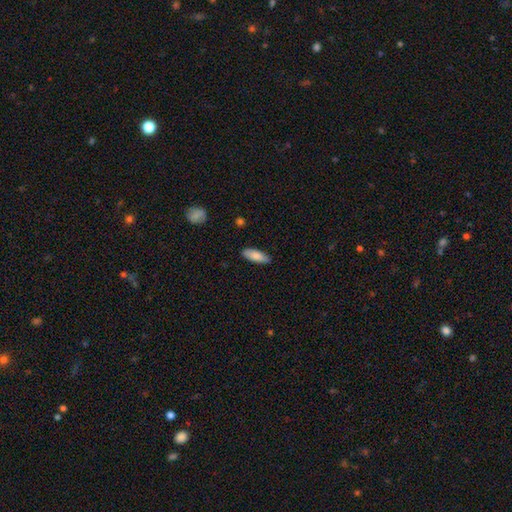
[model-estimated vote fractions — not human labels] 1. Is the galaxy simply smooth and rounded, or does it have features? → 84% smooth, 10% featured or disk, 6% star or artifact.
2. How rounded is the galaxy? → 71% in between, 27% cigar-shaped, 2% round.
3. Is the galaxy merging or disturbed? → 86% none, 11% minor disturbance, 2% major disturbance, 1% merger.